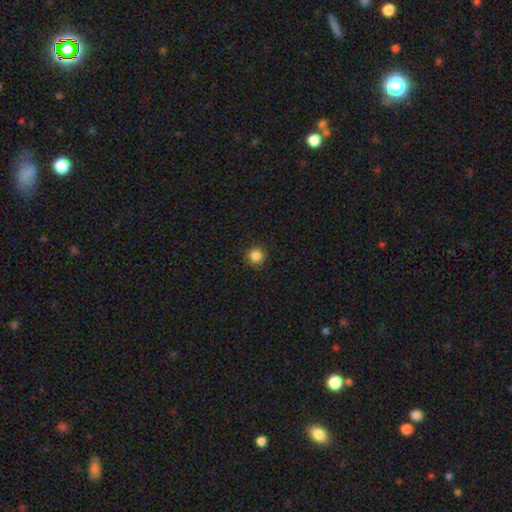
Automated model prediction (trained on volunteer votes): Morphology: type=smooth (86%); roundness=round (95%); merging=none (90%).